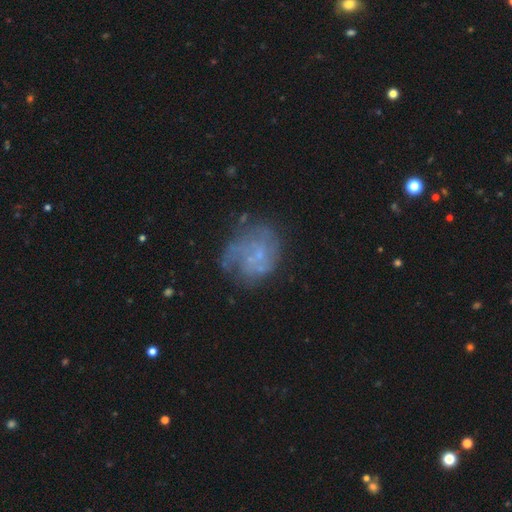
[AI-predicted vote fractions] Smooth or featured? featured or disk (63%)
Edge-on disk? no (98%)
Bar? no (79%)
Spiral arms? yes (53%)
Bulge size? small (49%)
Merging? none (54%)